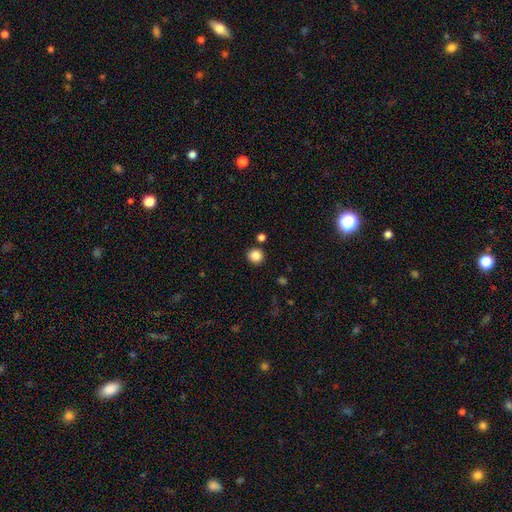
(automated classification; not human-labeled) A smooth galaxy with no disk features (86%) that is round (92%). Merging: none (87%).